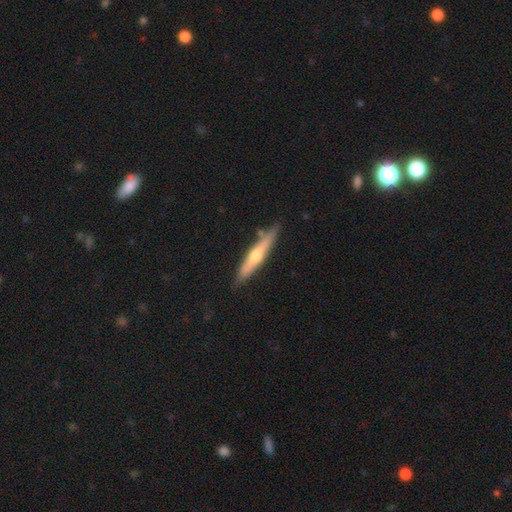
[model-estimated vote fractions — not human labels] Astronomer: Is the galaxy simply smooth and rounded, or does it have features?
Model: featured or disk — 56% (runner-up: smooth, 39%).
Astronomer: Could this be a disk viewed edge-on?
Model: yes — 92%.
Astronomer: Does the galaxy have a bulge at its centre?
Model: rounded — 86%.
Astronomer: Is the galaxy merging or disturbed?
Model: none — 81%.